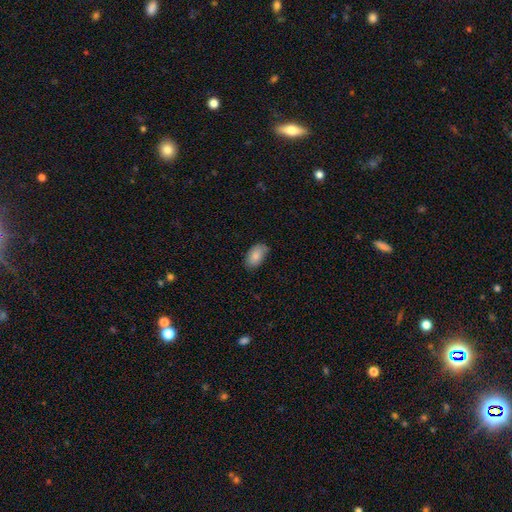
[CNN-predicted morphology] Smooth or featured?
  - smooth: 85% *
  - featured or disk: 8%
  - star or artifact: 7%
How rounded?
  - in between: 93% *
  - round: 5%
  - cigar-shaped: 1%
Merging?
  - none: 74% *
  - minor disturbance: 21%
  - major disturbance: 3%
  - merger: 1%